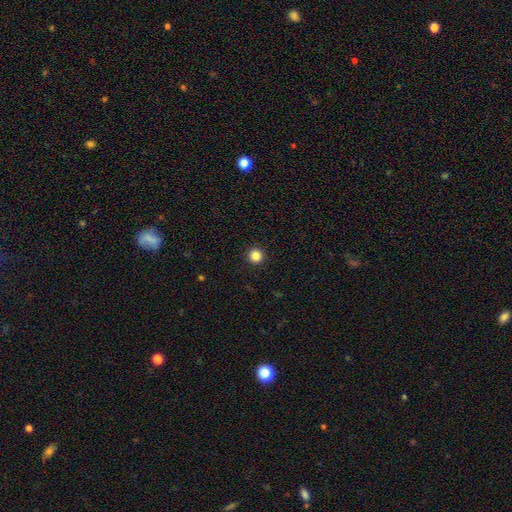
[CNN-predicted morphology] A smooth galaxy with no disk features (85%) that is round (96%). Merging: none (93%).